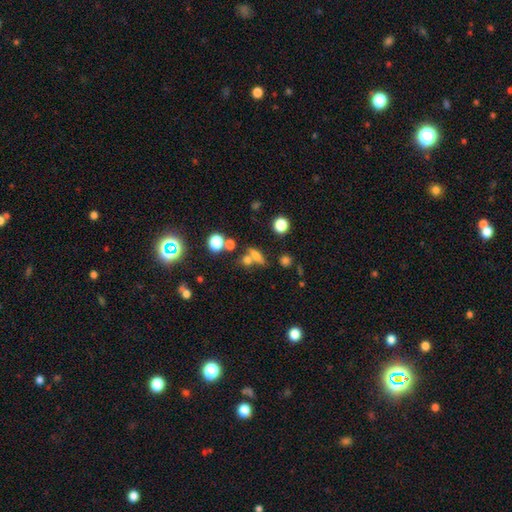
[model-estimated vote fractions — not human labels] Smooth or featured: smooth — 59% (featured or disk — 21%)
How rounded: in between — 39% (cigar-shaped — 34%)
Merging: none — 52% (merger — 31%)